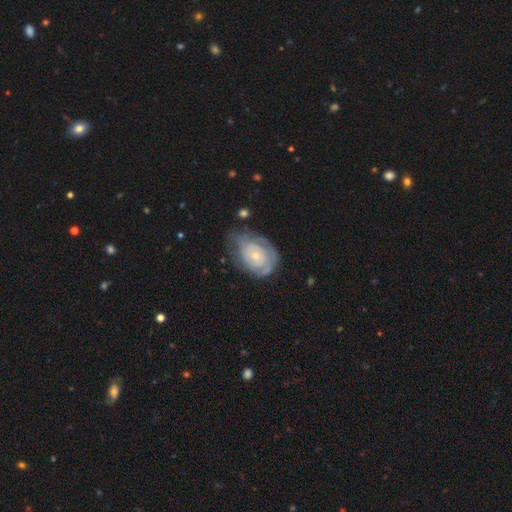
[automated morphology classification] smooth-or-featured: featured or disk: 71% | smooth: 23% | star or artifact: 6%
  disk-edge-on: no: 96% | yes: 4%
    bar: no: 81% | weak: 16% | strong: 3%
    has-spiral-arms: yes: 80% | no: 20%
      spiral-winding: tight: 71% | medium: 22% | loose: 7%
      spiral-arm-count: can't tell: 50% | 2: 25% | 3: 9% | 1: 9% | 4: 4% | more than 4: 3%
    bulge-size: small: 66% | moderate: 28% | none: 3% | large: 2% | dominant: 1%
  merging: none: 57% | minor disturbance: 27% | major disturbance: 14% | merger: 2%